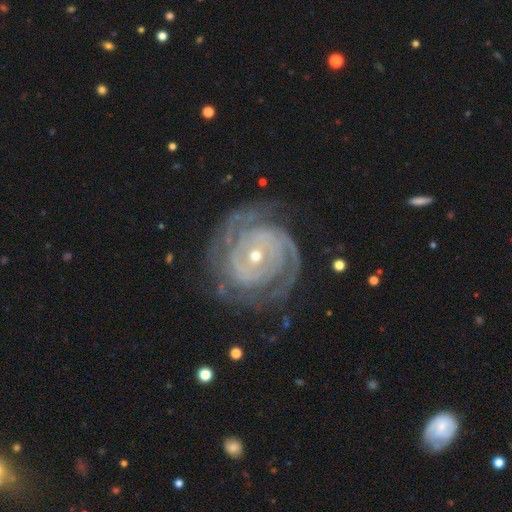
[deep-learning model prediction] The model was most divided on "spiral arm count": 2: 28%, 3: 23%, can't tell: 22%, 4: 12%, more than 4: 8%, 1: 7%. More confident: edge-on disk — no (97%); spiral arms — yes (97%); smooth or featured — featured or disk (90%); spiral winding — tight (81%); merging — none (74%); bar — no (72%); bulge size — small (58%).